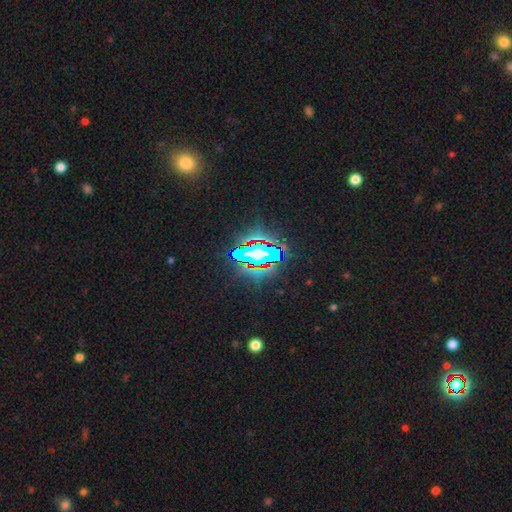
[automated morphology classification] A star or artifact, not a galaxy (74%).

Vote fractions:
- Smooth or featured? star or artifact: 74% / smooth: 14% / featured or disk: 12%